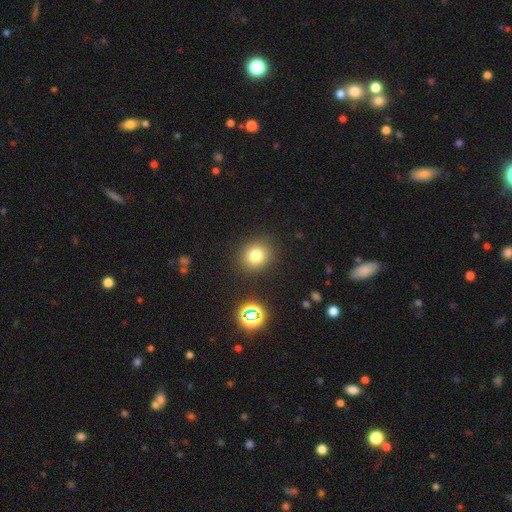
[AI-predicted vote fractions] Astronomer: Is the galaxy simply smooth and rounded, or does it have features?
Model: smooth — 77%.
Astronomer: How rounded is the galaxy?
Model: round — 82%.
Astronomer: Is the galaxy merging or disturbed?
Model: none — 87%.